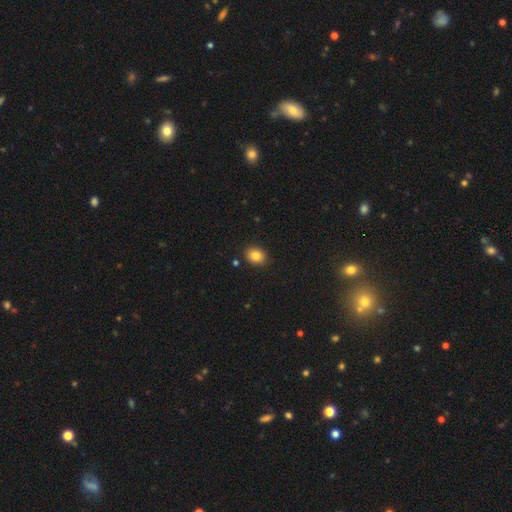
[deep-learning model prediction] Smooth or featured?
  - smooth: 84% *
  - star or artifact: 10%
  - featured or disk: 6%
How rounded?
  - in between: 50% *
  - round: 49%
  - cigar-shaped: 1%
Merging?
  - none: 89% *
  - minor disturbance: 8%
  - major disturbance: 2%
  - merger: 2%